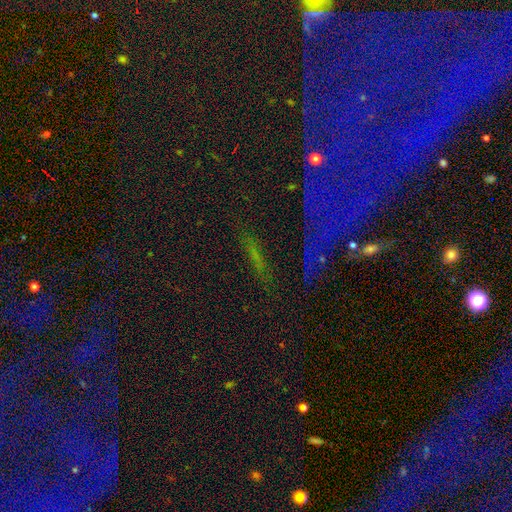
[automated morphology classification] A star or artifact, not a galaxy (54%).

Vote fractions:
- Smooth or featured? star or artifact: 54% / featured or disk: 24% / smooth: 23%